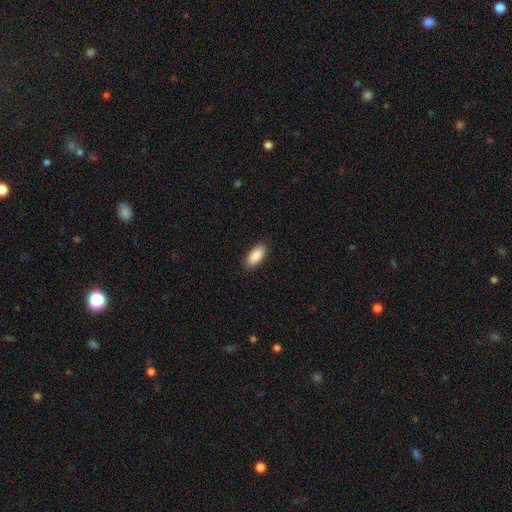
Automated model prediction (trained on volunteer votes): Morphology: type=smooth (90%); roundness=in between (90%); merging=none (89%).